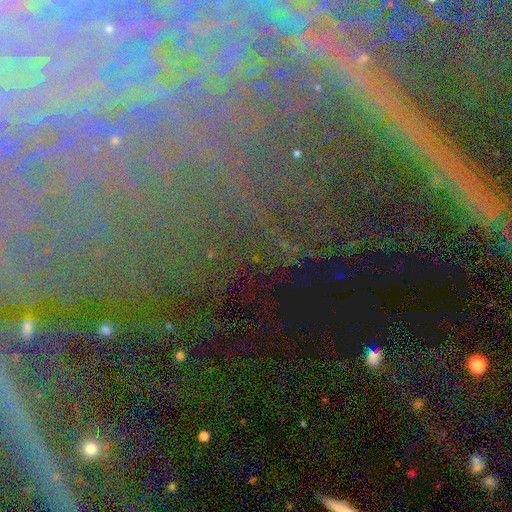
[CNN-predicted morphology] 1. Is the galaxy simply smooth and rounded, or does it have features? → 69% star or artifact, 18% featured or disk, 12% smooth.